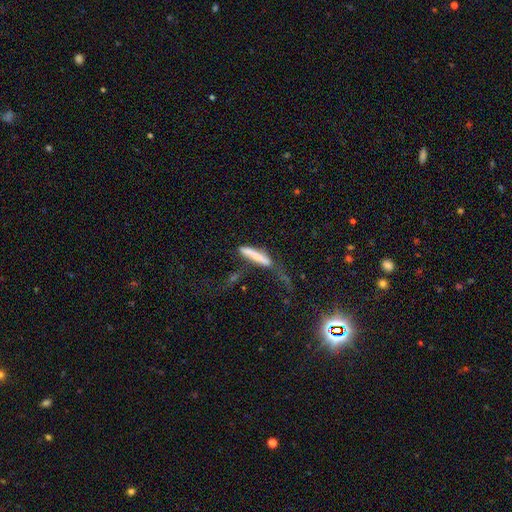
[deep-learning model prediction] Smooth or featured? smooth (70%)
How rounded? cigar-shaped (88%)
Merging? none (37%)